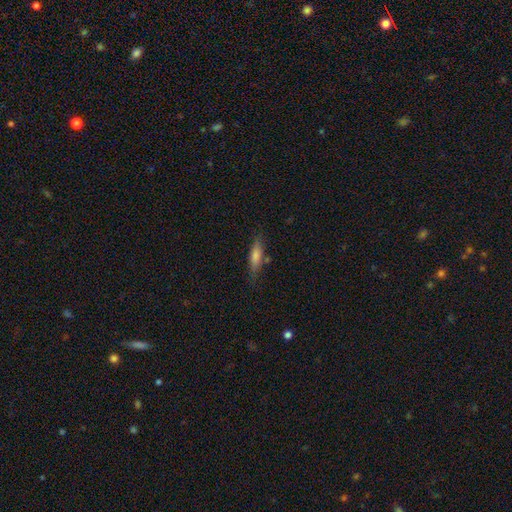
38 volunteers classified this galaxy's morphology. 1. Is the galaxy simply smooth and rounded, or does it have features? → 50% smooth, 47% featured or disk, 3% star or artifact.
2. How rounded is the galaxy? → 84% cigar-shaped, 16% in between, 0% round.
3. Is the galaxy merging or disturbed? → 86% none, 8% minor disturbance, 3% major disturbance, 3% merger.